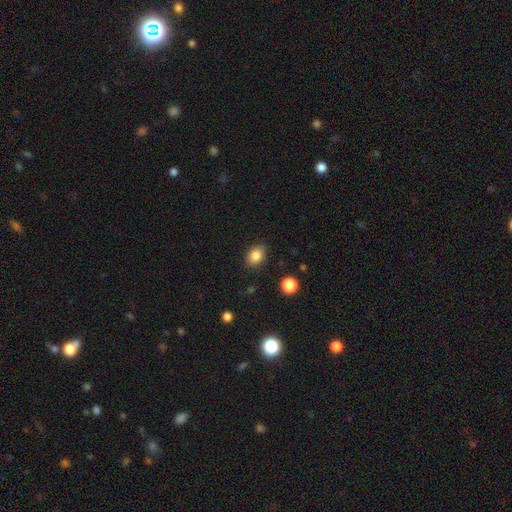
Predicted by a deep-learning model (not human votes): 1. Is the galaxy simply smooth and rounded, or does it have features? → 84% smooth, 9% star or artifact, 7% featured or disk.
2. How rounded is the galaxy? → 68% in between, 31% round, 1% cigar-shaped.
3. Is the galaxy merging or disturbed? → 85% none, 11% minor disturbance, 3% major disturbance, 1% merger.